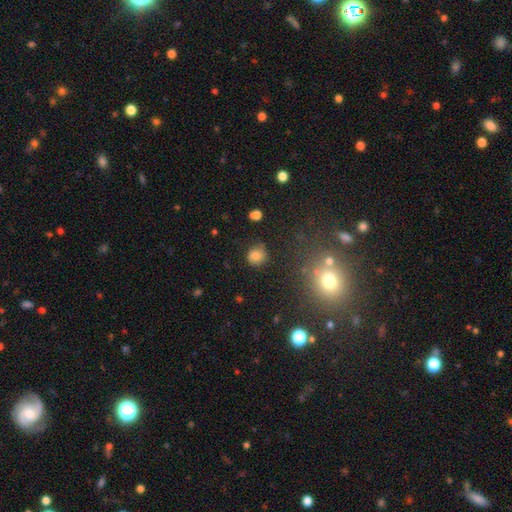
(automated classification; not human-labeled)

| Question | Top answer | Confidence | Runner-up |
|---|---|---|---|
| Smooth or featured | smooth | 78% | star or artifact (14%) |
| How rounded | round | 84% | in between (15%) |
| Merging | none | 81% | minor disturbance (13%) |